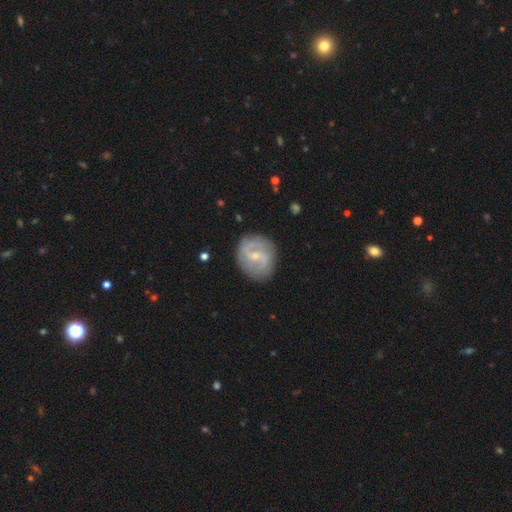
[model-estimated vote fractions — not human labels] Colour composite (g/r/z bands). It shows a featured or disk galaxy (75%) with a weak bar (57%), 2 (80%) medium (45%) spiral arms (89%) and a small central bulge (65%). Merging: none (81%).